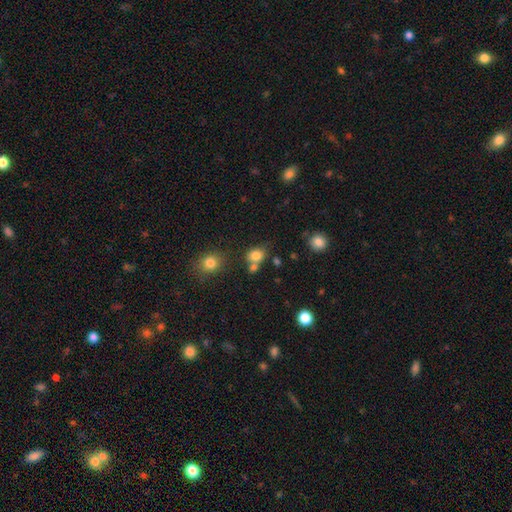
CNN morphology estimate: The model was most divided on "how rounded": round: 53%, in between: 45%, cigar-shaped: 1%. More confident: smooth or featured — smooth (80%); merging — none (56%).